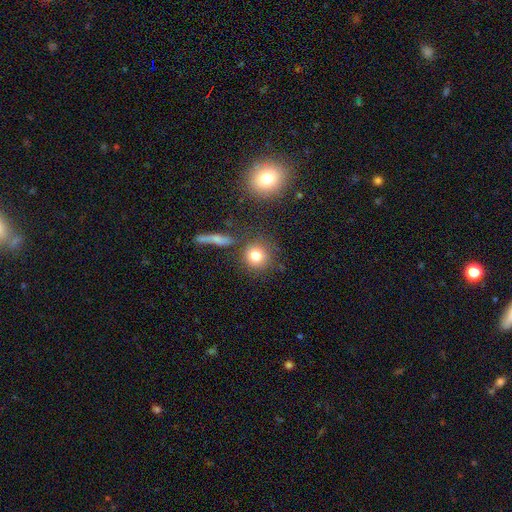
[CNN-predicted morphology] A smooth galaxy with no disk features (79%) that is round (90%). Merging: none (78%).